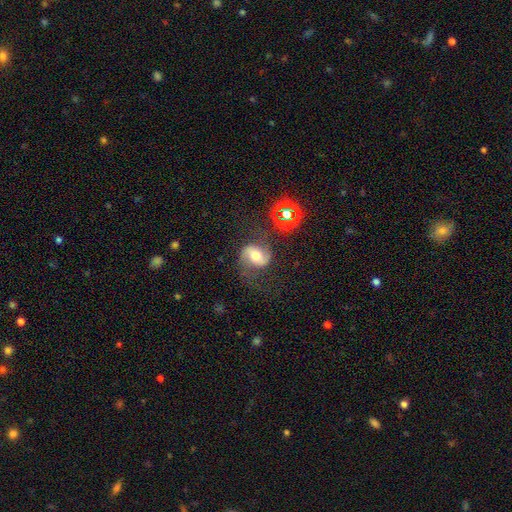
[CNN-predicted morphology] smooth-or-featured: featured or disk: 70% | smooth: 18% | star or artifact: 12%
  disk-edge-on: no: 97% | yes: 3%
    bar: no: 39% | weak: 37% | strong: 24%
    has-spiral-arms: yes: 93% | no: 7%
      spiral-winding: loose: 50% | medium: 39% | tight: 10%
      spiral-arm-count: 2: 90% | can't tell: 4% | 1: 3% | 3: 1% | 4: 1% | more than 4: 1%
    bulge-size: moderate: 67% | small: 16% | large: 13% | dominant: 2% | none: 2%
  merging: none: 64% | minor disturbance: 19% | major disturbance: 14% | merger: 3%